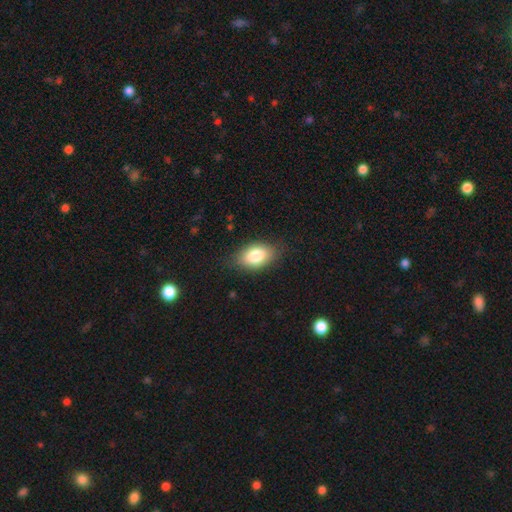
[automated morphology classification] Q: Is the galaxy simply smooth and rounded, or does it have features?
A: smooth — 81%.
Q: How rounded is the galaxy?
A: in between — 88%.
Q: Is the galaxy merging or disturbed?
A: none — 81%.